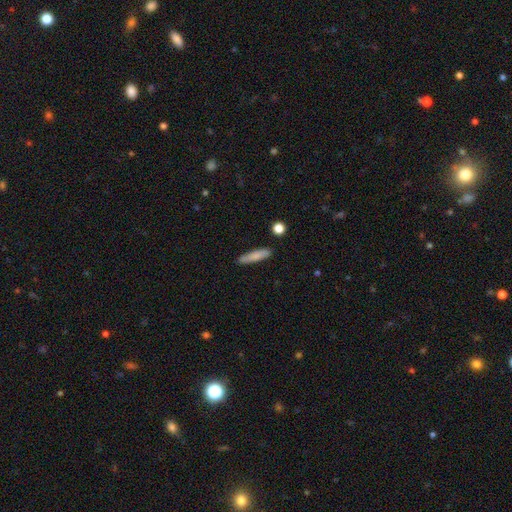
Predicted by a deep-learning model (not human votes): Smooth or featured? smooth (78%)
How rounded? cigar-shaped (82%)
Merging? none (85%)